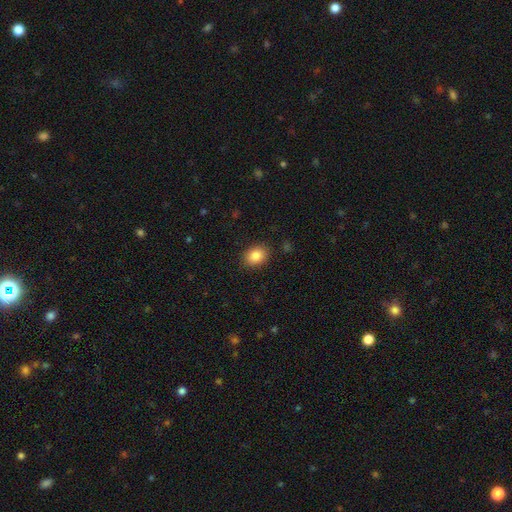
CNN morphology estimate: Smooth or featured? Predicted: smooth (p=0.85). How rounded? Predicted: in between (p=0.61). Merging? Predicted: none (p=0.88).